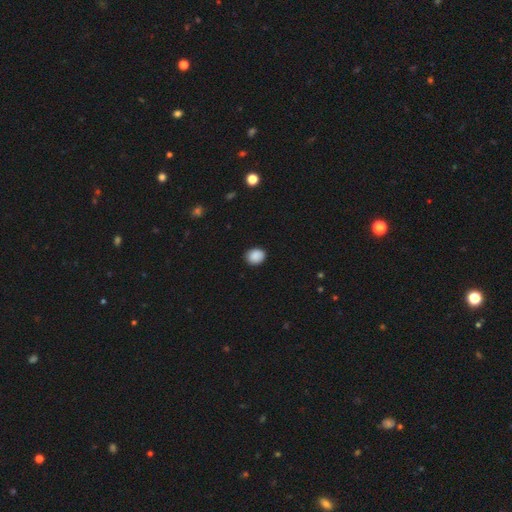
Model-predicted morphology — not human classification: Q: Smooth or featured?
A: smooth (89%); runner-up: star or artifact (8%)
Q: How rounded?
A: round (55%); runner-up: in between (44%)
Q: Merging?
A: none (87%); runner-up: minor disturbance (10%)